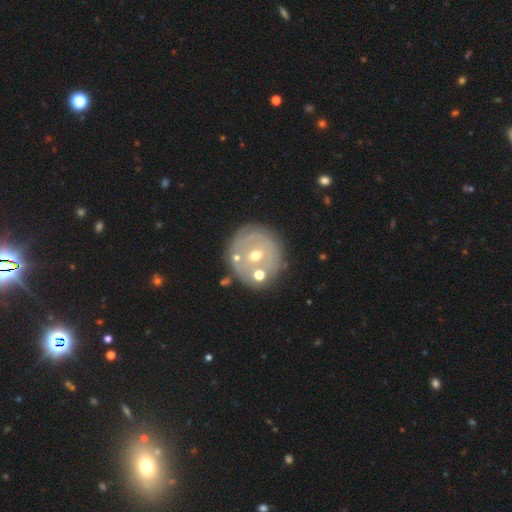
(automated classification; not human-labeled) This is possibly a featured or disk galaxy (57%). It is clearly not viewed edge-on (96%). Bar: likely no (68%). Spiral arm pattern: likely no (69%). Central bulge: possibly moderate (57%). Merging: likely none (72%).